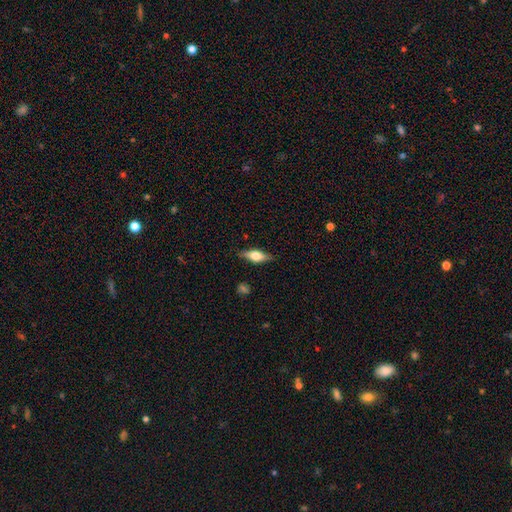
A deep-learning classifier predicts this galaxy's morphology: The model was most divided on "smooth or featured": smooth: 49%, featured or disk: 45%, star or artifact: 7%. More confident: merging — none (84%).